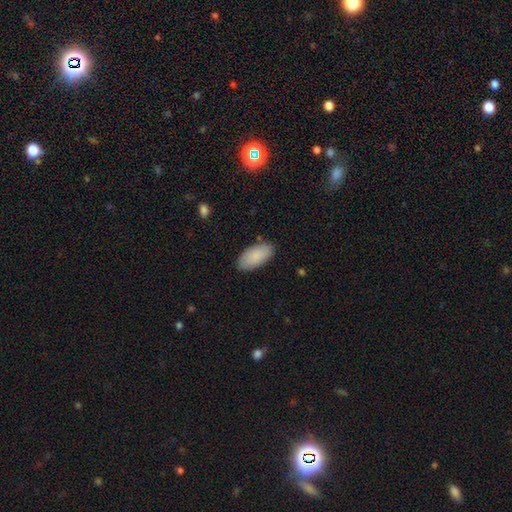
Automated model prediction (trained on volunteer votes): The model was most divided on "merging": none: 86%, minor disturbance: 11%, major disturbance: 2%, merger: 1%. More confident: how rounded — in between (94%); smooth or featured — smooth (89%).